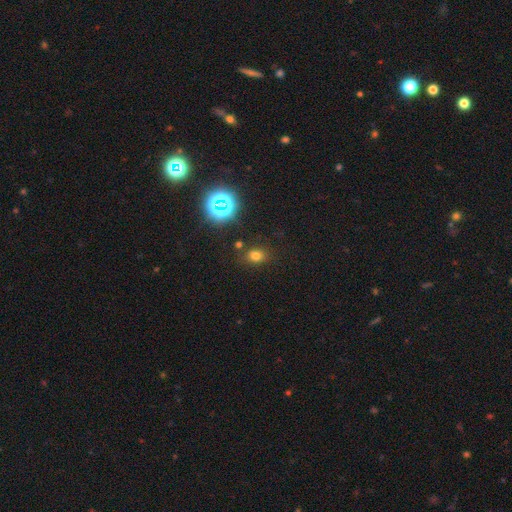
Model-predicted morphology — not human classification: A smooth galaxy with no disk features (66%) that is in between round and cigar-shaped (50%).

Vote fractions:
- Smooth or featured? smooth: 66% / star or artifact: 26% / featured or disk: 8%
- How rounded? in between: 50% / round: 48% / cigar-shaped: 1%
- Merging? none: 81% / minor disturbance: 11% / merger: 4% / major disturbance: 4%